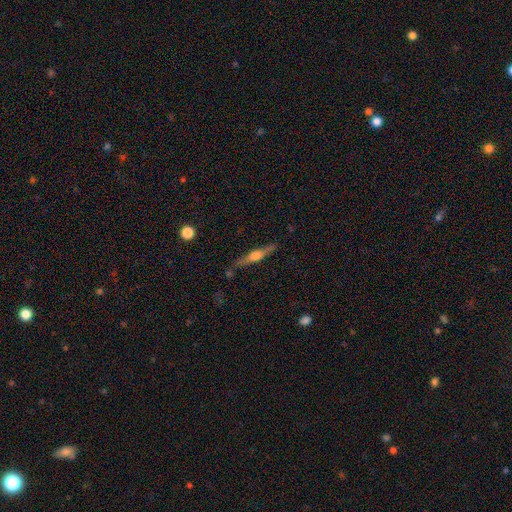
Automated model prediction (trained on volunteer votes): Morphology: type=featured or disk (67%); edge-on=yes (97%); edge-on bulge=rounded (87%); merging=none (82%).